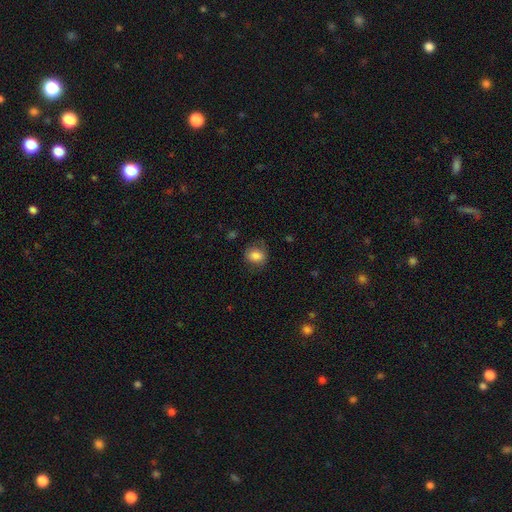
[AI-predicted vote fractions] This appears to be a smooth galaxy with no disk features (81%) that is round (61%). Merging: none (75%).